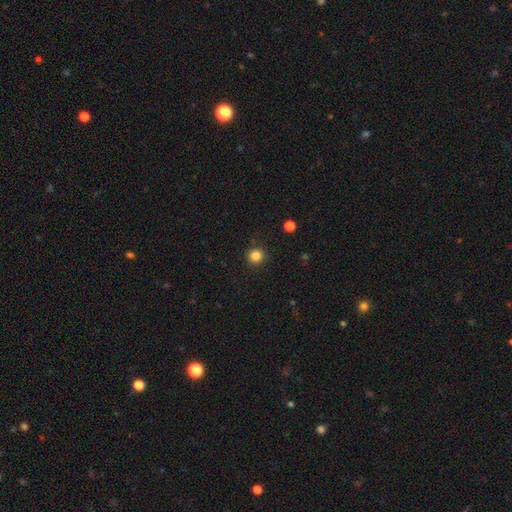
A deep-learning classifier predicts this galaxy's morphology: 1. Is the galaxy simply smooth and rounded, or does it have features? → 85% smooth, 12% star or artifact, 4% featured or disk.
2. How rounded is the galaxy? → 94% round, 5% in between, 1% cigar-shaped.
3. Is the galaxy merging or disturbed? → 91% none, 6% minor disturbance, 2% major disturbance, 1% merger.